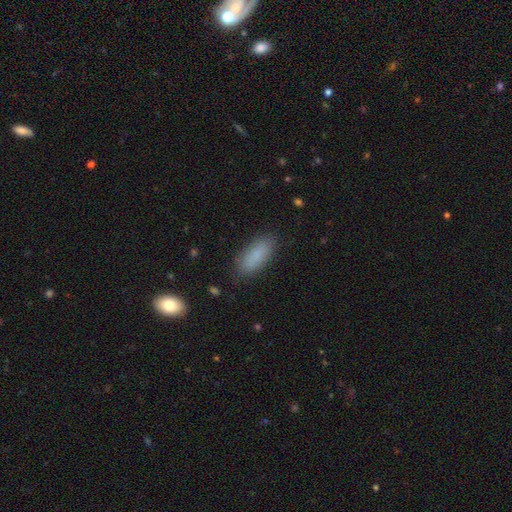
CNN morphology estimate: Q: Smooth or featured?
A: smooth (86%); runner-up: star or artifact (7%)
Q: How rounded?
A: in between (77%); runner-up: cigar-shaped (21%)
Q: Merging?
A: none (84%); runner-up: minor disturbance (12%)